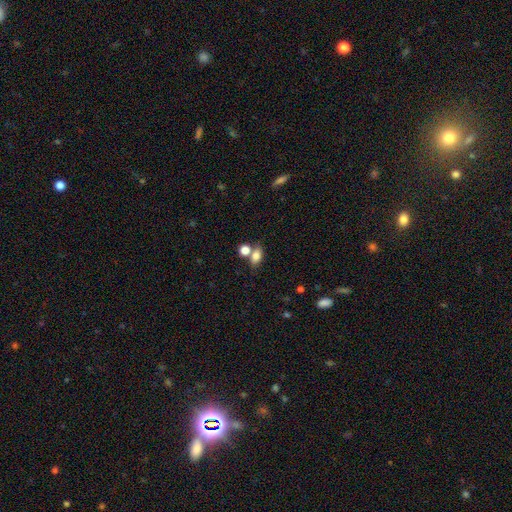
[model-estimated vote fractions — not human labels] A smooth galaxy with no disk features (79%) that is in between round and cigar-shaped (78%). Merging: none (50%).